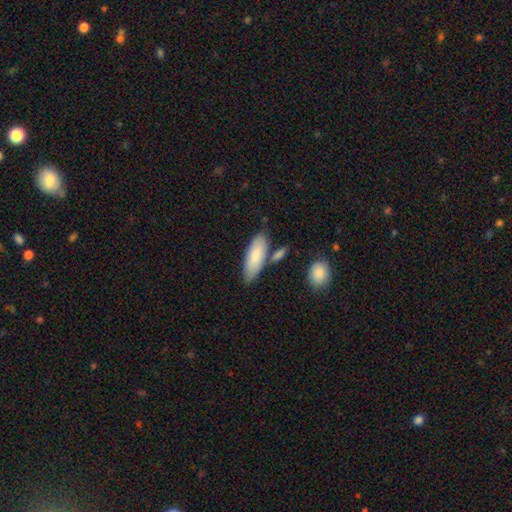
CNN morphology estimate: Smooth or featured?
  - smooth: 81% *
  - featured or disk: 14%
  - star or artifact: 5%
How rounded?
  - in between: 69% *
  - cigar-shaped: 29%
  - round: 2%
Merging?
  - none: 70% *
  - minor disturbance: 16%
  - merger: 11%
  - major disturbance: 3%